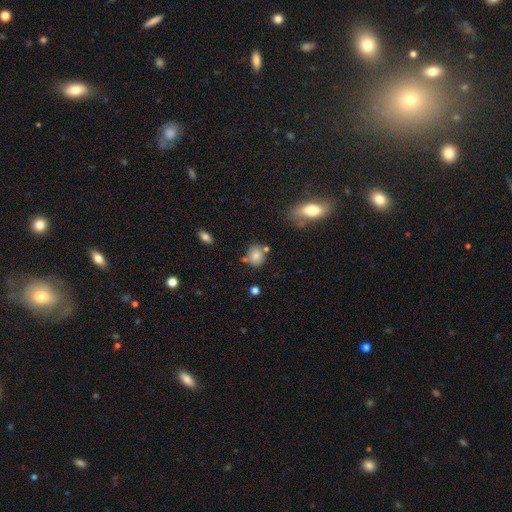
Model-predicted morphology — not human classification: Smooth or featured: smooth — 80% (star or artifact — 11%)
How rounded: round — 62% (in between — 36%)
Merging: none — 68% (minor disturbance — 16%)